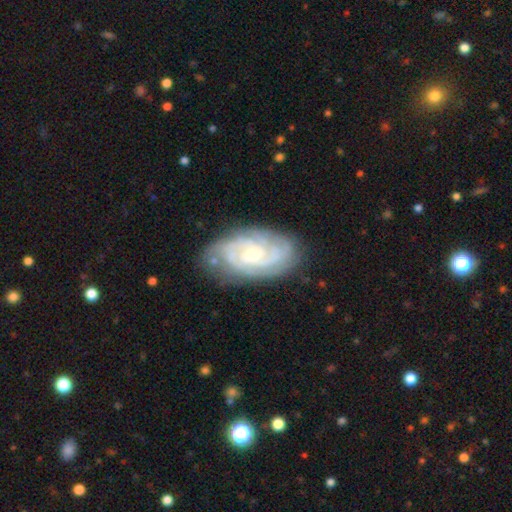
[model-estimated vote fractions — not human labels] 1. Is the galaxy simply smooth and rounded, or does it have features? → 84% featured or disk, 10% smooth, 6% star or artifact.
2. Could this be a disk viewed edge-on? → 96% no, 4% yes.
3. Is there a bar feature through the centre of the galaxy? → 61% no, 32% weak, 7% strong.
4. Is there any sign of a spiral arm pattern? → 97% yes, 3% no.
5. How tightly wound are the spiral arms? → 71% tight, 24% medium, 4% loose.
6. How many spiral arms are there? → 26% can't tell, 25% 3, 23% 2, 16% 4, 6% more than 4, 5% 1.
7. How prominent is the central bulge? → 55% small, 40% moderate, 2% large, 2% none, 1% dominant.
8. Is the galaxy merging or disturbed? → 80% none, 15% minor disturbance, 4% major disturbance, 1% merger.